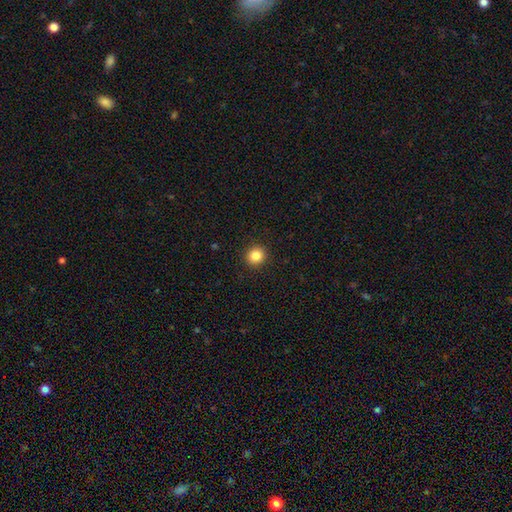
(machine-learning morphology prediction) smooth-or-featured: smooth: 84% | star or artifact: 11% | featured or disk: 5%
  how-rounded: round: 89% | in between: 10% | cigar-shaped: 1%
  merging: none: 92% | minor disturbance: 5% | major disturbance: 2% | merger: 1%